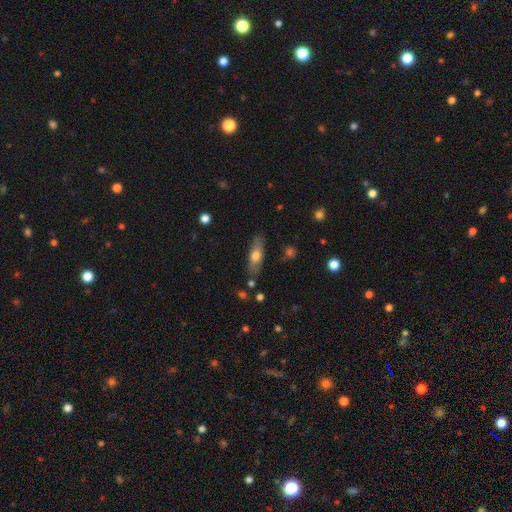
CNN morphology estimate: A smooth galaxy with no disk features (59%) that is in between round and cigar-shaped (52%). Merging: none (82%).